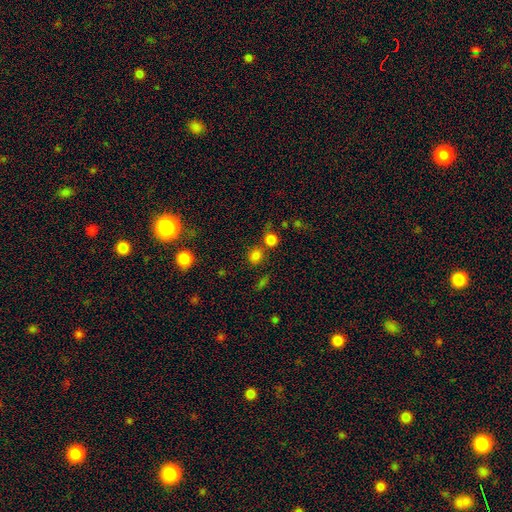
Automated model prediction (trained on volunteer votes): Q: Smooth or featured?
A: smooth (79%); runner-up: star or artifact (16%)
Q: How rounded?
A: round (80%); runner-up: in between (19%)
Q: Merging?
A: none (68%); runner-up: merger (19%)